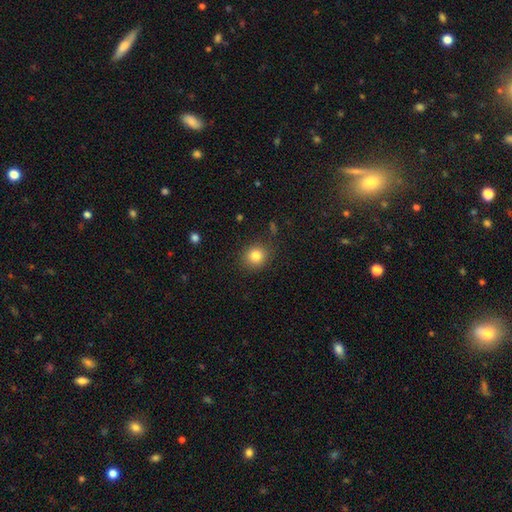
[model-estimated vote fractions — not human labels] smooth_or_featured: smooth (p=0.82) [alt: star or artifact p=0.11]
how_rounded: round (p=0.82) [alt: in between p=0.17]
merging: none (p=0.86) [alt: minor disturbance p=0.10]